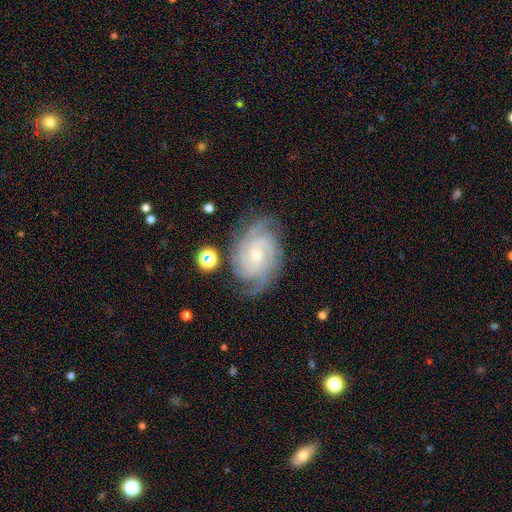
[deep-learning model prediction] Smooth or featured?
  - featured or disk: 86% *
  - star or artifact: 7%
  - smooth: 7%
Edge-on disk?
  - no: 97% *
  - yes: 3%
Bar?
  - no: 60% *
  - weak: 31%
  - strong: 9%
Spiral arms?
  - yes: 98% *
  - no: 2%
Spiral winding?
  - tight: 69% *
  - medium: 27%
  - loose: 4%
Spiral arm count?
  - 3: 32% *
  - 4: 20%
  - 2: 19%
  - can't tell: 17%
  - more than 4: 7%
  - 1: 6%
Bulge size?
  - small: 64% *
  - moderate: 31%
  - none: 2%
  - large: 2%
  - dominant: 1%
Merging?
  - none: 80% *
  - minor disturbance: 14%
  - major disturbance: 4%
  - merger: 2%